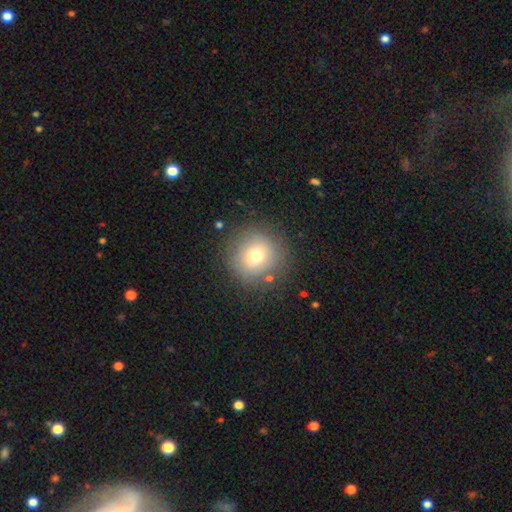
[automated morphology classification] Smooth or featured: smooth — 71% (featured or disk — 15%)
How rounded: round — 93% (in between — 6%)
Merging: none — 84% (minor disturbance — 10%)